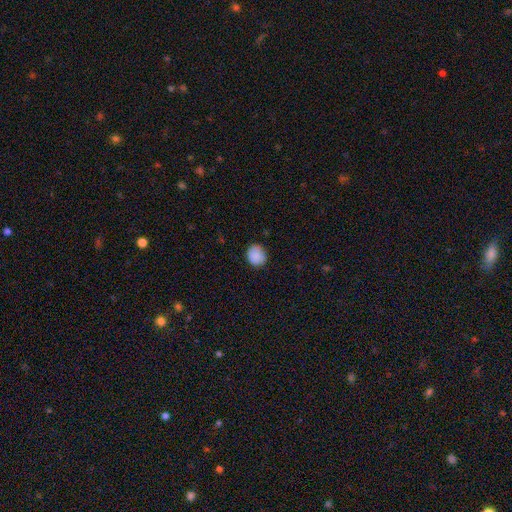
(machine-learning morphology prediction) Q: Smooth or featured?
A: smooth (89%); runner-up: star or artifact (8%)
Q: How rounded?
A: round (76%); runner-up: in between (23%)
Q: Merging?
A: none (85%); runner-up: minor disturbance (12%)